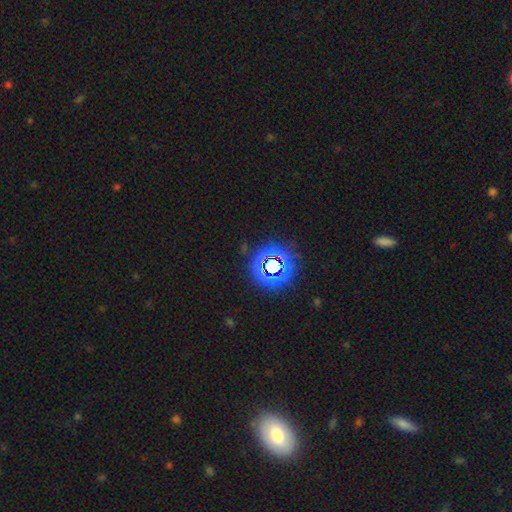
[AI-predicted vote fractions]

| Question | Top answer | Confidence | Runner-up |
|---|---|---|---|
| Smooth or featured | star or artifact | 71% | smooth (20%) |